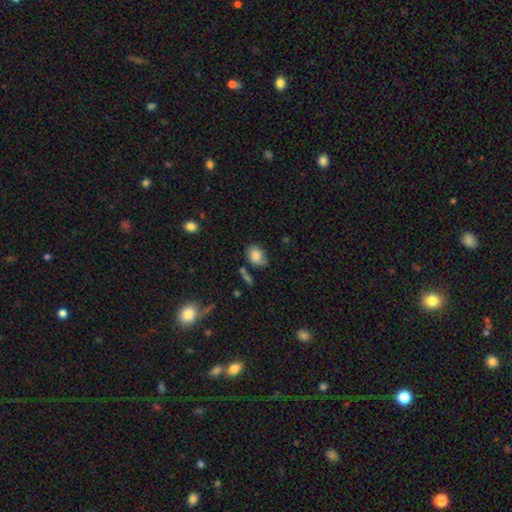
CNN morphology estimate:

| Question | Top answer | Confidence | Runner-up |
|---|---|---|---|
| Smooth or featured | smooth | 79% | featured or disk (12%) |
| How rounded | in between | 65% | round (34%) |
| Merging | none | 55% | minor disturbance (29%) |